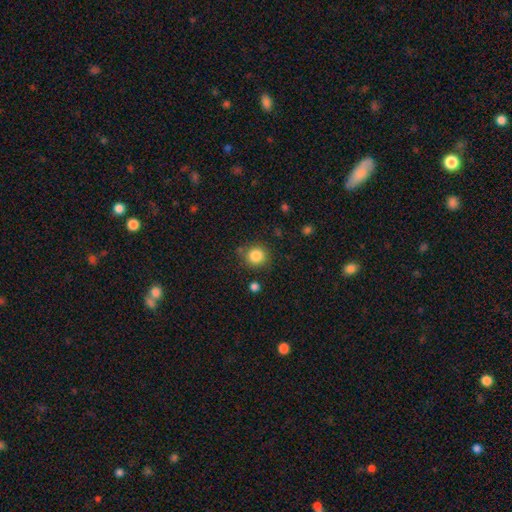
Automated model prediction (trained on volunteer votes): Overall: smooth (85%). How rounded: round (90%). Merging: none (81%).